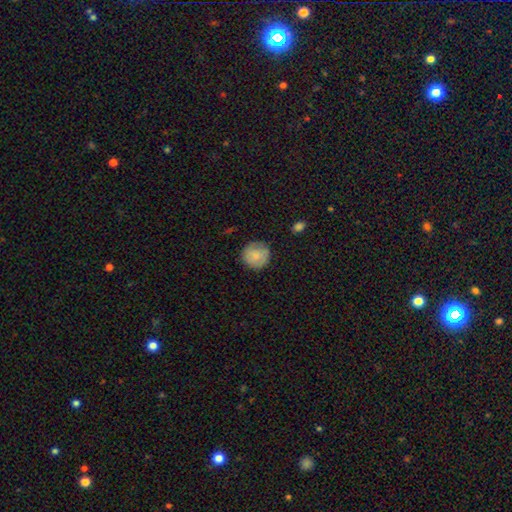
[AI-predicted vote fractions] Overall: smooth (82%). How rounded: round (94%). Merging: none (82%).